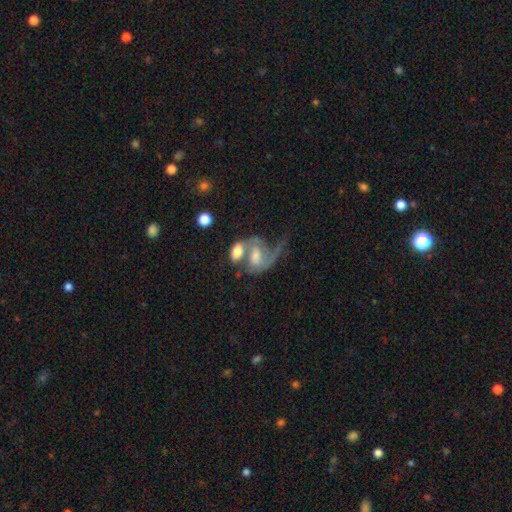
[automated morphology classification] featured or disk 62%, smooth 29%, star or artifact 9%. Down the decision tree: edge-on disk — no (96%); bar — no (50%); spiral arms — yes (76%); bulge size — moderate (41%); merging — merger (53%).